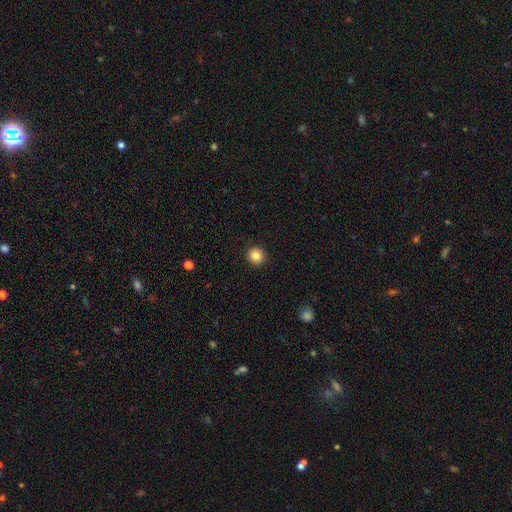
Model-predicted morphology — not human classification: The model was most divided on "smooth or featured": smooth: 85%, star or artifact: 10%, featured or disk: 5%. More confident: merging — none (93%); how rounded — round (91%).